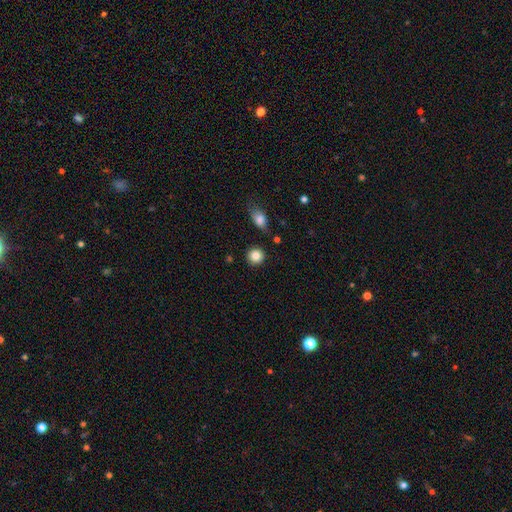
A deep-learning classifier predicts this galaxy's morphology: A smooth galaxy with no disk features (85%) that is round (91%).

Vote fractions:
- Smooth or featured? smooth: 85% / star or artifact: 9% / featured or disk: 5%
- How rounded? round: 91% / in between: 8% / cigar-shaped: 1%
- Merging? none: 87% / minor disturbance: 7% / merger: 4% / major disturbance: 2%